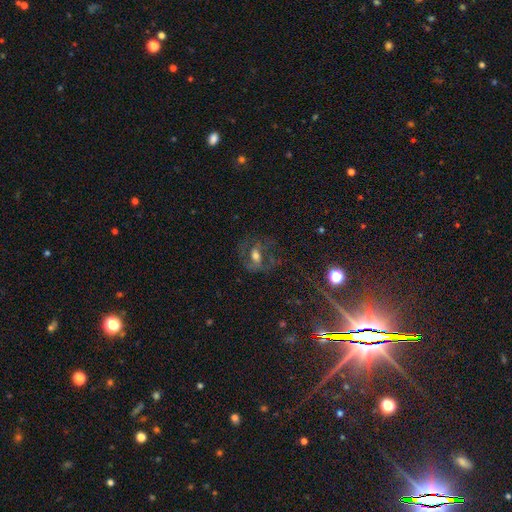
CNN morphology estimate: Smooth or featured?
  - featured or disk: 57% *
  - smooth: 26%
  - star or artifact: 17%
Edge-on disk?
  - no: 93% *
  - yes: 7%
Bar?
  - no: 41% *
  - weak: 38%
  - strong: 21%
Spiral arms?
  - yes: 64% *
  - no: 36%
Bulge size?
  - moderate: 60% *
  - small: 20%
  - large: 14%
  - none: 3%
  - dominant: 2%
Merging?
  - none: 54% *
  - major disturbance: 26%
  - minor disturbance: 18%
  - merger: 3%